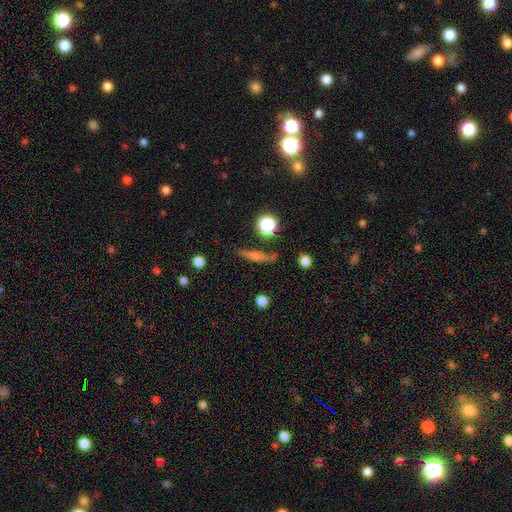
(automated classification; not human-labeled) Smooth or featured: featured or disk — 58% (smooth — 32%)
Edge-on disk: yes — 94% (no — 6%)
Edge-on bulge: rounded — 80% (none — 12%)
Merging: none — 81% (minor disturbance — 12%)